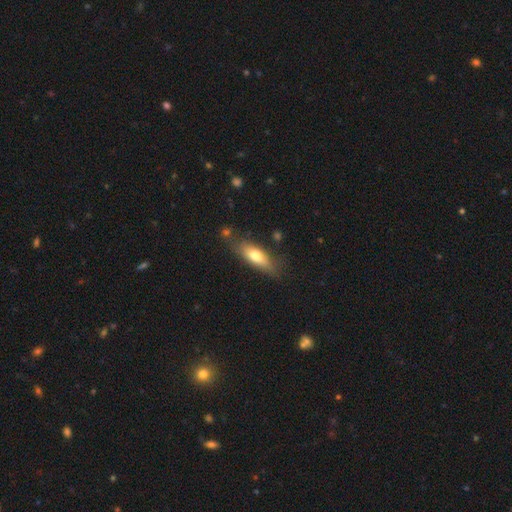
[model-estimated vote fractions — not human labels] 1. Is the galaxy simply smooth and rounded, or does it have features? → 67% smooth, 26% featured or disk, 7% star or artifact.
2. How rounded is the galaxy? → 59% in between, 38% cigar-shaped, 3% round.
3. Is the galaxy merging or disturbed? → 73% none, 18% minor disturbance, 5% major disturbance, 4% merger.